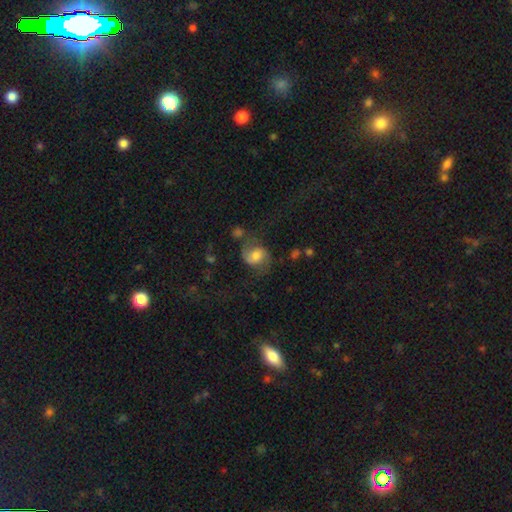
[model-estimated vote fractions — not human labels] smooth_or_featured: featured or disk (p=0.59) [alt: smooth p=0.31]
disk_edge_on: no (p=0.97) [alt: yes p=0.03]
bar: no (p=0.50) [alt: weak p=0.40]
has_spiral_arms: yes (p=0.90) [alt: no p=0.10]
spiral_winding: medium (p=0.46) [alt: loose p=0.42]
spiral_arm_count: 2 (p=0.89) [alt: can't tell p=0.05]
bulge_size: moderate (p=0.57) [alt: small p=0.18]
merging: none (p=0.58) [alt: minor disturbance p=0.21]